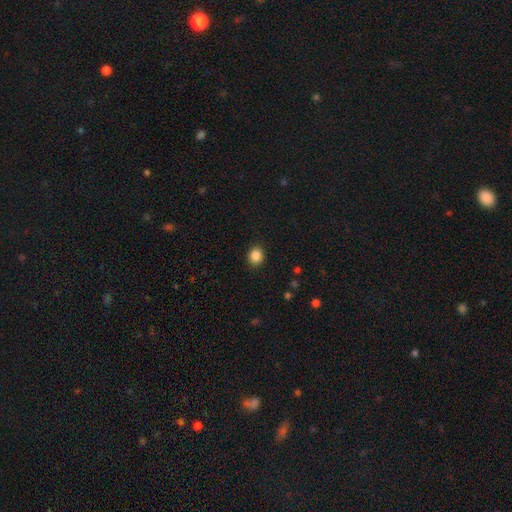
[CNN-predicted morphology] Smooth or featured?
  - smooth: 86% *
  - star or artifact: 10%
  - featured or disk: 4%
How rounded?
  - round: 74% *
  - in between: 25%
  - cigar-shaped: 1%
Merging?
  - none: 90% *
  - minor disturbance: 7%
  - major disturbance: 2%
  - merger: 1%